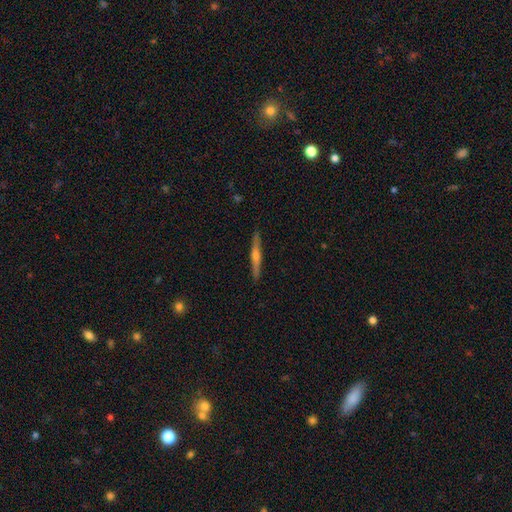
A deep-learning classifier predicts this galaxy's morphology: The model was most divided on "smooth or featured": featured or disk: 72%, smooth: 22%, star or artifact: 6%. More confident: edge-on disk — yes (98%); merging — none (91%); edge-on bulge — rounded (83%).